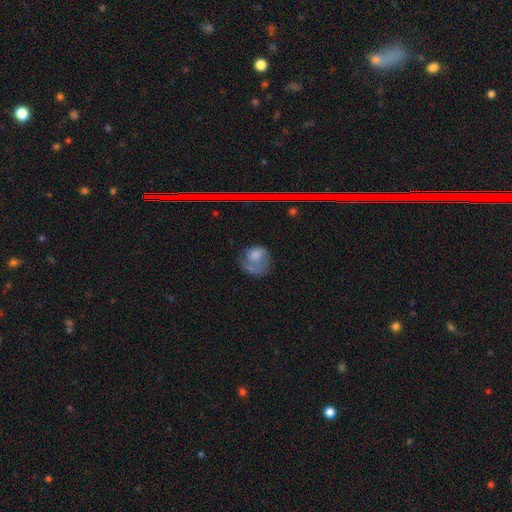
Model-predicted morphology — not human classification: Overall: smooth (57%; featured or disk 31%). How rounded: round (62%; in between 37%). Merging: none (41%; major disturbance 28%).